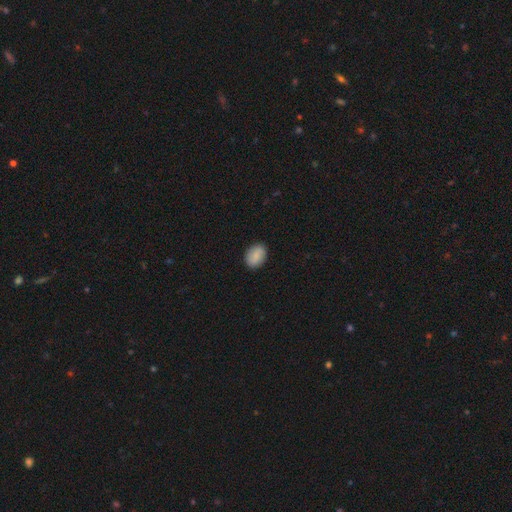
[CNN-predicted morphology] This is clearly a smooth galaxy (83%). How rounded: likely in between (68%). Merging: clearly none (88%).